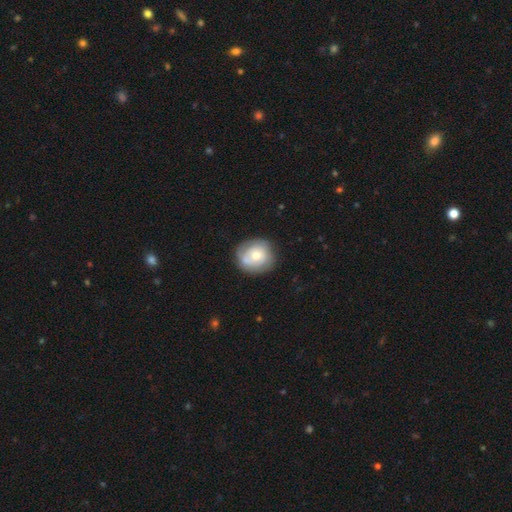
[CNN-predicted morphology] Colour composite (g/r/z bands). It shows a smooth galaxy with no disk features (51%) that is round (84%). Merging: none (70%).